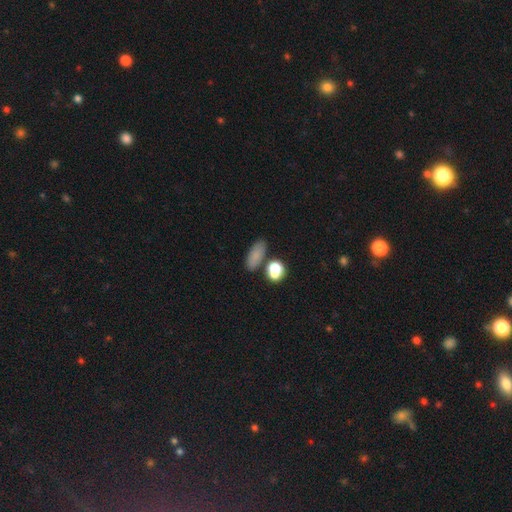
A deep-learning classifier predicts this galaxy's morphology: Smooth or featured: smooth — 80% (star or artifact — 11%)
How rounded: in between — 76% (cigar-shaped — 14%)
Merging: none — 70% (minor disturbance — 14%)